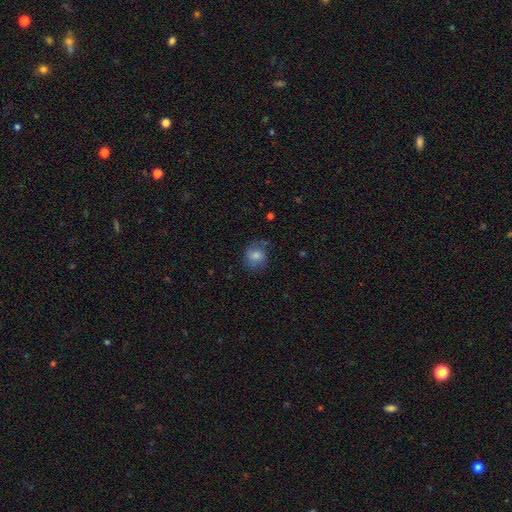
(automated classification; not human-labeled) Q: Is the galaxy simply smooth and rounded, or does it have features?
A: smooth — 72%.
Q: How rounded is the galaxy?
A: round — 68%.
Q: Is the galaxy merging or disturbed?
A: none — 62%.